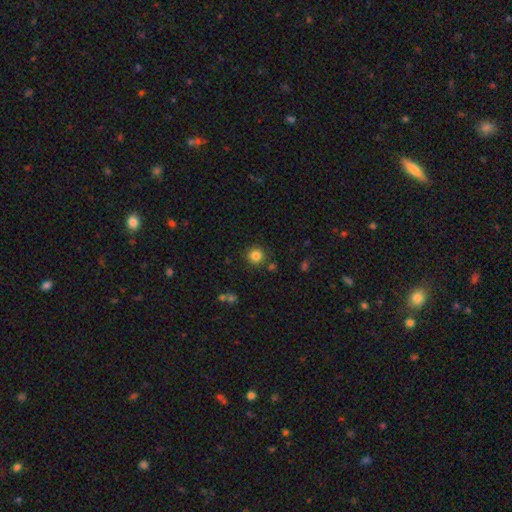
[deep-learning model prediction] Overall: smooth (84%). How rounded: round (94%). Merging: none (86%).